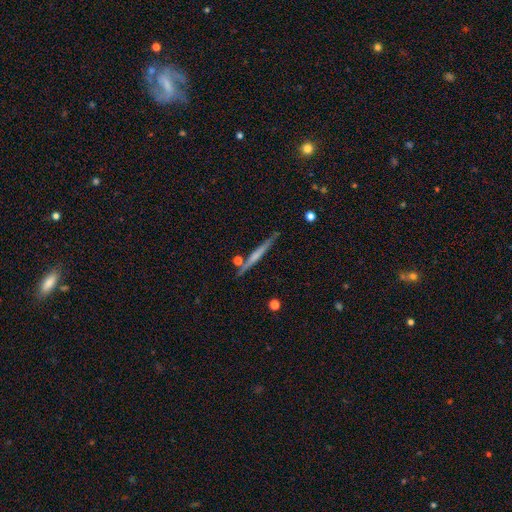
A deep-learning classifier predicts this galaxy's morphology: This is possibly a featured or disk galaxy (56%). It is clearly viewed edge-on (97%). Edge-on bulge: likely none (70%). Merging: clearly none (84%).